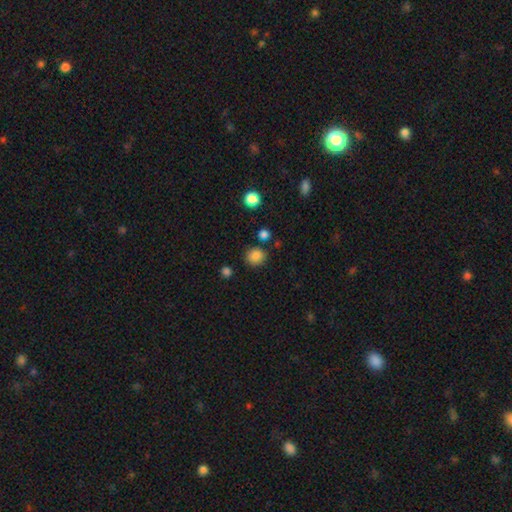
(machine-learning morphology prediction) type=smooth (84%); roundness=round (89%); merging=none (84%).